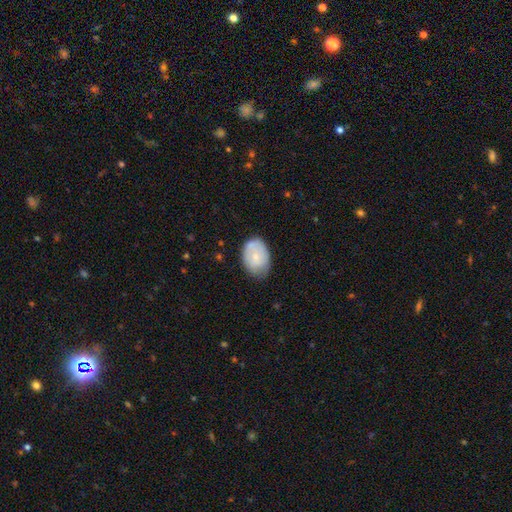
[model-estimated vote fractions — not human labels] smooth-or-featured: smooth: 66% | featured or disk: 28% | star or artifact: 6%
  how-rounded: in between: 82% | round: 17% | cigar-shaped: 1%
  merging: none: 61% | minor disturbance: 29% | major disturbance: 6% | merger: 3%